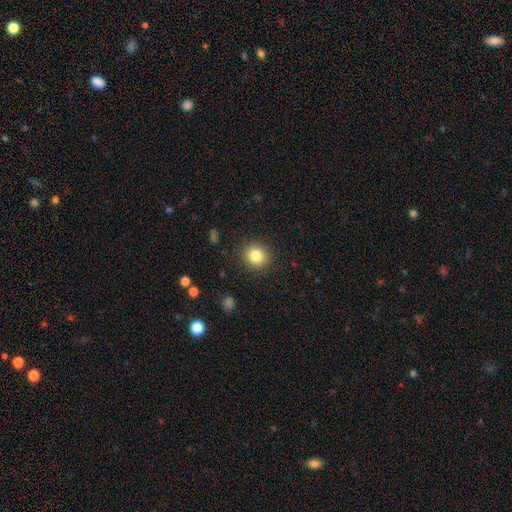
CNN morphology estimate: Smooth or featured? Predicted: smooth (p=0.83). How rounded? Predicted: round (p=0.81). Merging? Predicted: none (p=0.88).